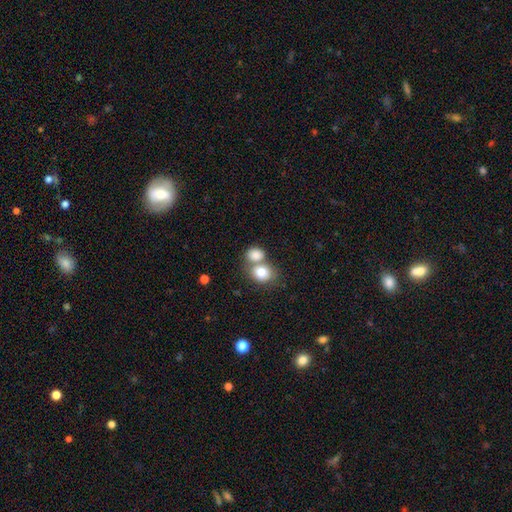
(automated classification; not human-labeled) This is clearly a smooth galaxy (80%). How rounded: possibly round (59%). Merging: possibly merger (52%).